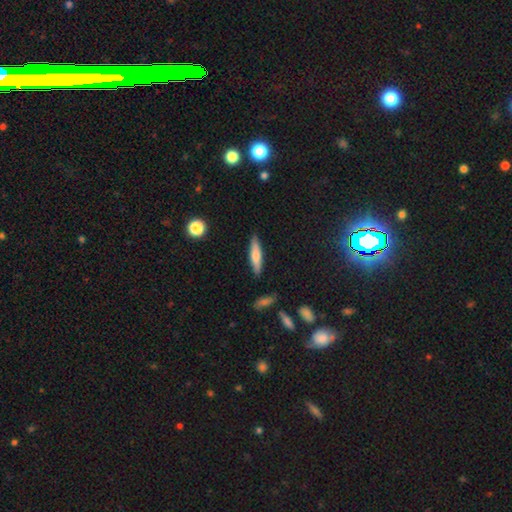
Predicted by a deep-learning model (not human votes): This appears to be a smooth galaxy with no disk features (68%) that is cigar-shaped (81%). Merging: none (87%).